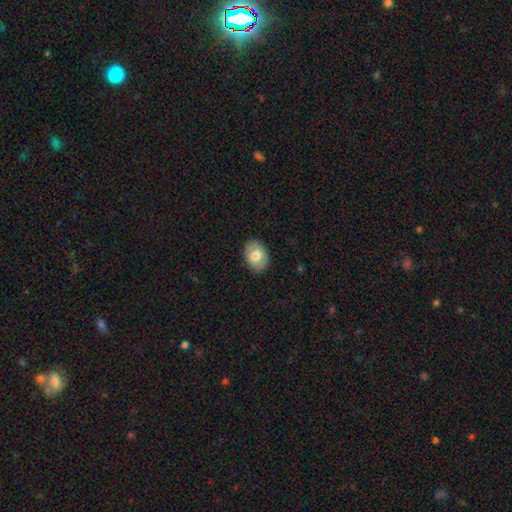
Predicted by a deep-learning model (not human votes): This appears to be a smooth galaxy with no disk features (73%) that is in between round and cigar-shaped (71%). Merging: none (88%).